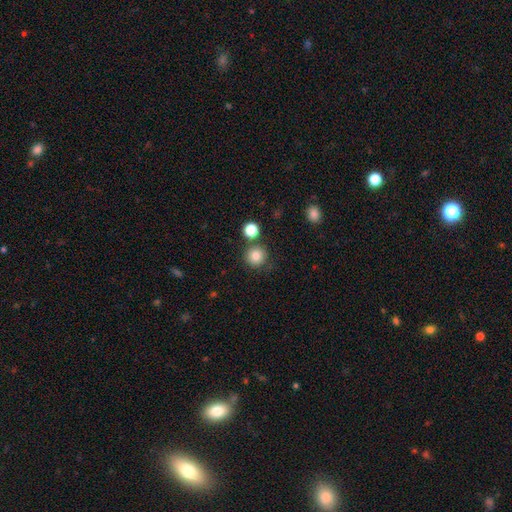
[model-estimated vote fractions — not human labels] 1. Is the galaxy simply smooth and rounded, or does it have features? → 84% smooth, 11% star or artifact, 6% featured or disk.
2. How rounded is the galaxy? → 94% round, 5% in between, 1% cigar-shaped.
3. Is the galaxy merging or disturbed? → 78% none, 10% merger, 9% minor disturbance, 3% major disturbance.